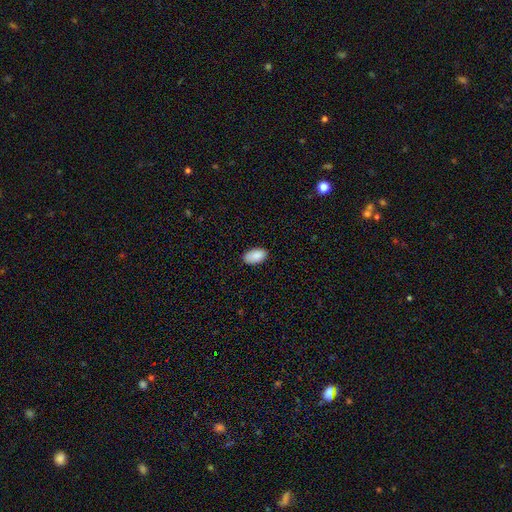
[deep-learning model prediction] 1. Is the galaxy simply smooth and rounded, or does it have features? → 89% smooth, 7% star or artifact, 5% featured or disk.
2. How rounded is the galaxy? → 95% in between, 3% round, 2% cigar-shaped.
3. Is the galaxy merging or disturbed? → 86% none, 11% minor disturbance, 2% major disturbance, 1% merger.